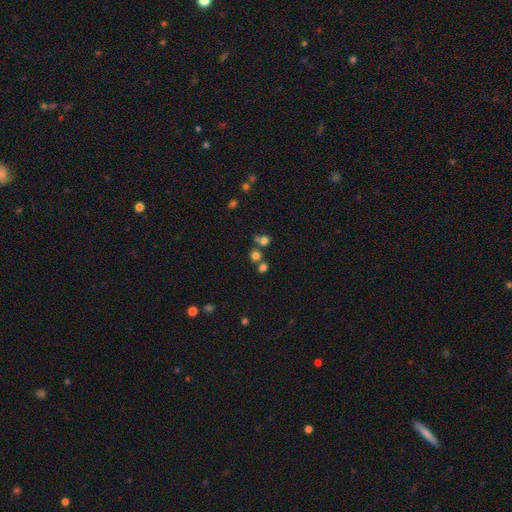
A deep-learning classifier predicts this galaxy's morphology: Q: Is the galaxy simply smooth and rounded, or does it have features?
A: smooth — 68%.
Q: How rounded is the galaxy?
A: round — 85%.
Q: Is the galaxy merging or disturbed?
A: none — 59%.